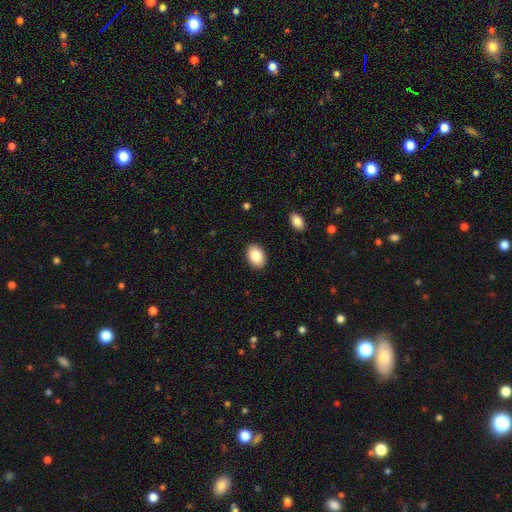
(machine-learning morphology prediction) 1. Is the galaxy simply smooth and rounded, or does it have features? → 85% smooth, 8% featured or disk, 7% star or artifact.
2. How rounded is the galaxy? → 81% in between, 18% round, 1% cigar-shaped.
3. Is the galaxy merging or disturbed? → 90% none, 7% minor disturbance, 2% major disturbance, 1% merger.